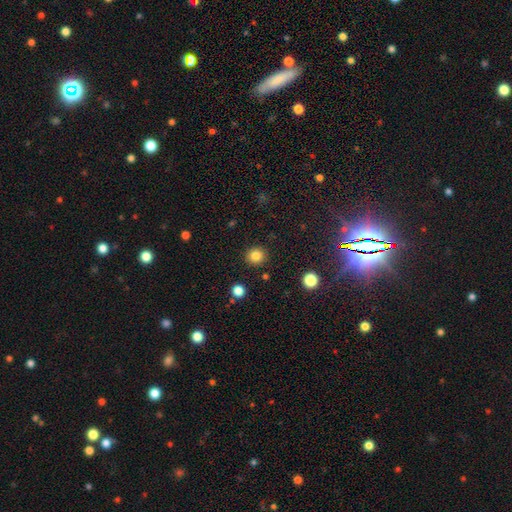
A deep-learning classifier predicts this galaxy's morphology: A smooth galaxy with no disk features (83%) that is round (89%). Merging: none (90%).